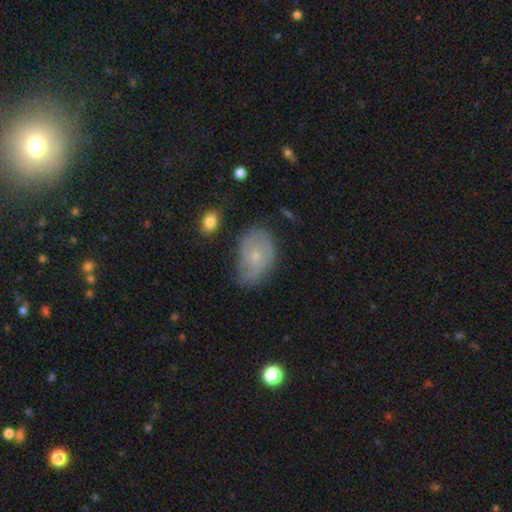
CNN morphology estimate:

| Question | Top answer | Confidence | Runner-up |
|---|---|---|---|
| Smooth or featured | featured or disk | 51% | smooth (41%) |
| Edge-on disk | no | 96% | yes (4%) |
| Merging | none | 58% | minor disturbance (31%) |